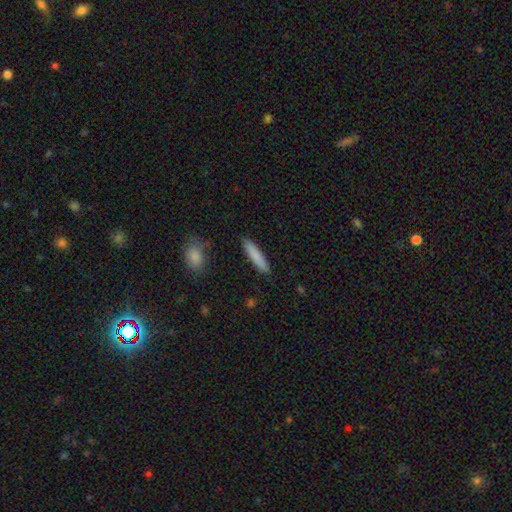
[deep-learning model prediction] smooth 84%, featured or disk 10%, star or artifact 6%. Down the decision tree: how rounded — cigar-shaped (87%); merging — none (89%).